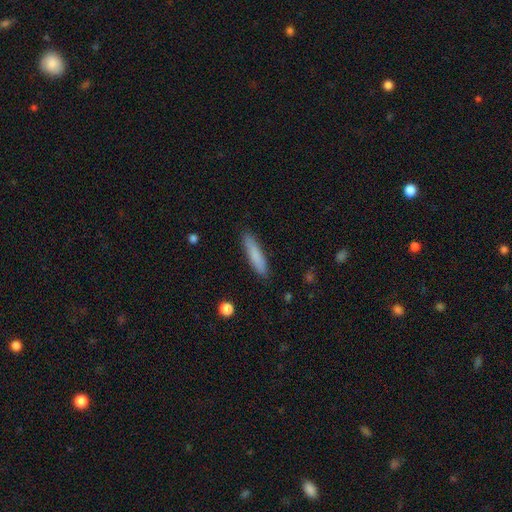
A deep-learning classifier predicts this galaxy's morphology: Smooth or featured? smooth (82%)
How rounded? cigar-shaped (86%)
Merging? none (87%)